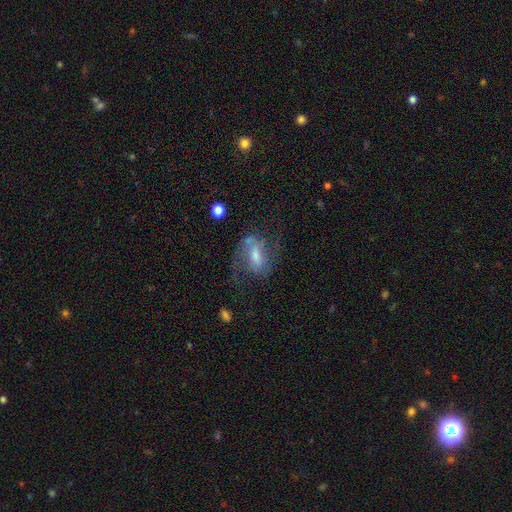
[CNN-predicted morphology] A featured or disk galaxy (70%) with a weak bar (49%), 2 (79%) medium (46%) spiral arms (89%) and a moderate central bulge (50%).

Vote fractions:
- Smooth or featured? featured or disk: 70% / smooth: 21% / star or artifact: 9%
- Edge-on disk? no: 95% / yes: 5%
- Bar? weak: 49% / strong: 27% / no: 25%
- Spiral arms? yes: 89% / no: 11%
- Spiral winding? medium: 46% / loose: 39% / tight: 15%
- Spiral arm count? 2: 79% / can't tell: 9% / 1: 7% / 3: 2% / 4: 1% / more than 4: 1%
- Bulge size? moderate: 50% / small: 30% / large: 11% / none: 7% / dominant: 2%
- Merging? none: 54% / major disturbance: 23% / minor disturbance: 19% / merger: 4%